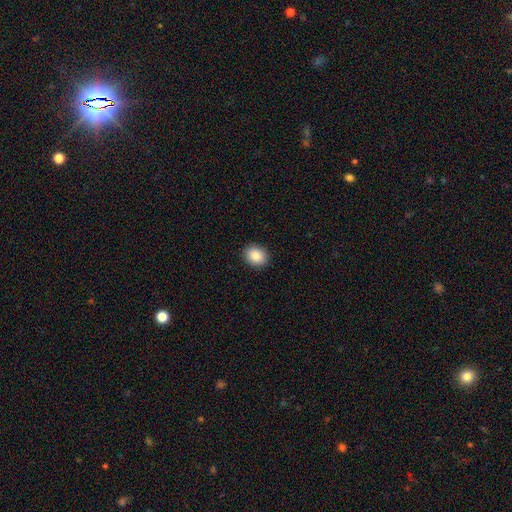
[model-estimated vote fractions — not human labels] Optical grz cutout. It shows a smooth galaxy with no disk features (88%) that is round (52%). Merging: none (91%).